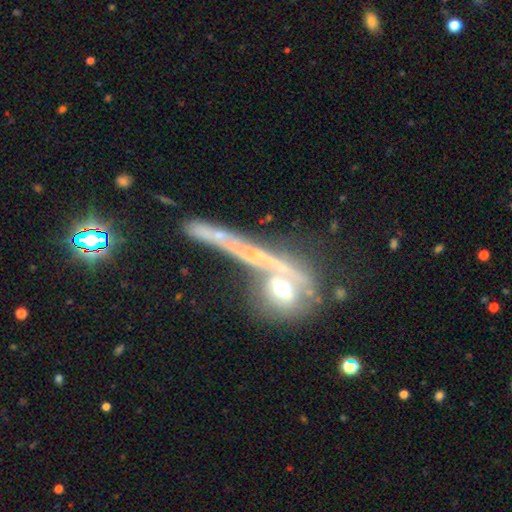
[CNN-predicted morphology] smooth-or-featured: featured or disk: 55% | smooth: 27% | star or artifact: 18%
  disk-edge-on: yes: 61% | no: 39%
  merging: merger: 39% | none: 36% | major disturbance: 13% | minor disturbance: 12%